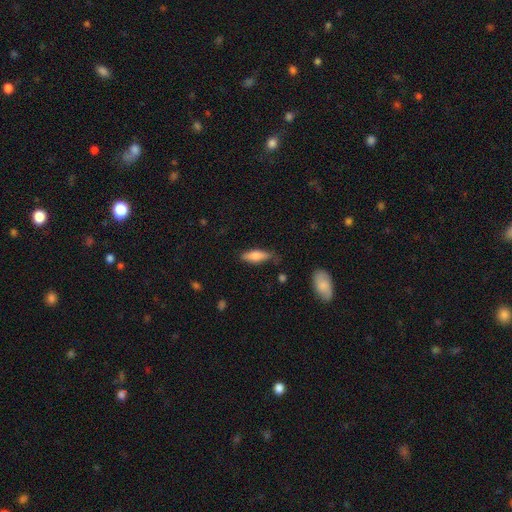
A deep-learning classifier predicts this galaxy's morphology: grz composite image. It shows a smooth galaxy with no disk features (76%) that is in between round and cigar-shaped (57%). Merging: none (68%).